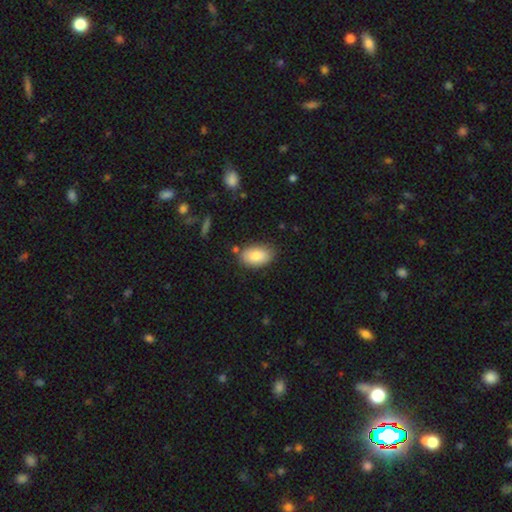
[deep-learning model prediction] The model was most divided on "merging": none: 79%, minor disturbance: 15%, merger: 3%, major disturbance: 3%. More confident: how rounded — in between (92%); smooth or featured — smooth (83%).